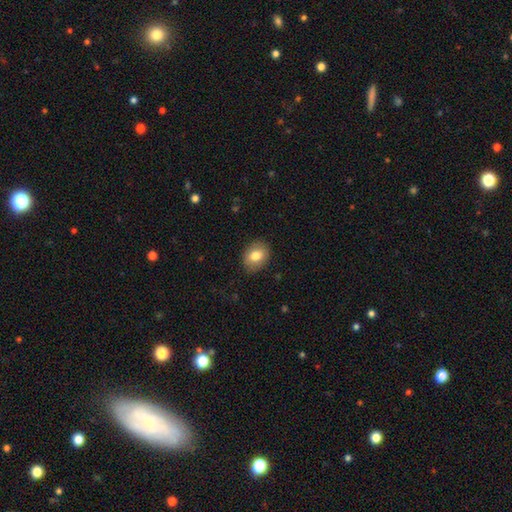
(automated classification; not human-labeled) smooth-or-featured: smooth: 79% | featured or disk: 13% | star or artifact: 8%
  how-rounded: in between: 61% | round: 38% | cigar-shaped: 1%
  merging: none: 86% | minor disturbance: 10% | major disturbance: 2% | merger: 1%